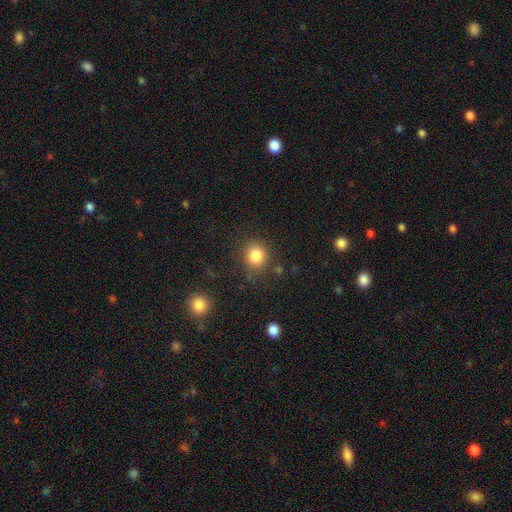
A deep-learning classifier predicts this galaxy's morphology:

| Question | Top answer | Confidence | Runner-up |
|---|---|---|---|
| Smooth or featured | smooth | 83% | star or artifact (11%) |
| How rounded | round | 80% | in between (19%) |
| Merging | none | 79% | minor disturbance (14%) |